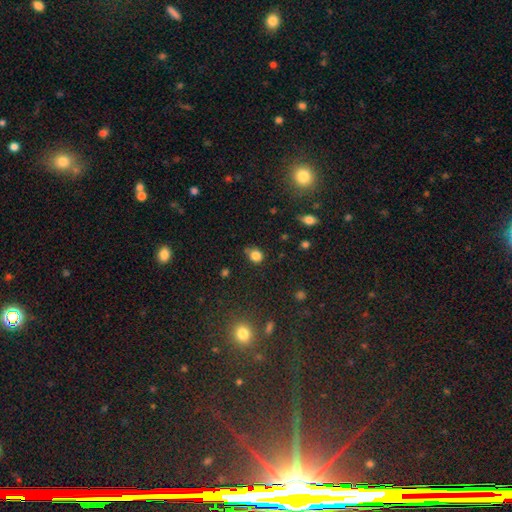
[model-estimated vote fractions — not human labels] A smooth galaxy with no disk features (81%) that is round (74%).

Vote fractions:
- Smooth or featured? smooth: 81% / star or artifact: 14% / featured or disk: 5%
- How rounded? round: 74% / in between: 25% / cigar-shaped: 1%
- Merging? none: 68% / minor disturbance: 22% / major disturbance: 5% / merger: 5%